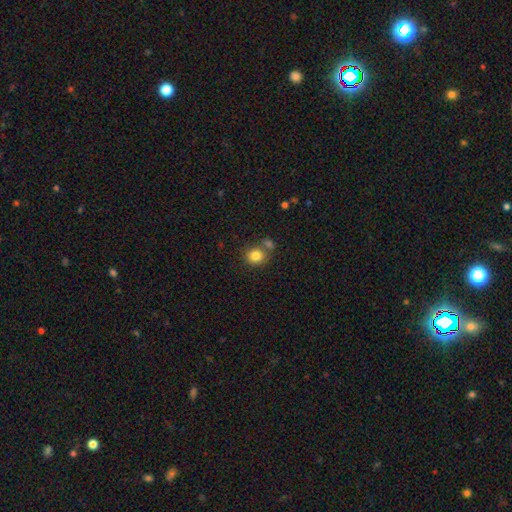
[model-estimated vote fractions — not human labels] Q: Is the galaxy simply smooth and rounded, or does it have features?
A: smooth — 82%.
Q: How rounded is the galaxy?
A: round — 75%.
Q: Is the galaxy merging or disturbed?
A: none — 63%.